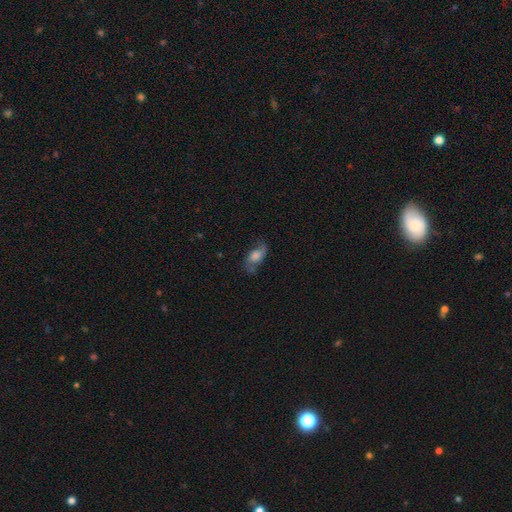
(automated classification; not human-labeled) Smooth or featured? Predicted: smooth (p=0.46). Merging? Predicted: none (p=0.59).